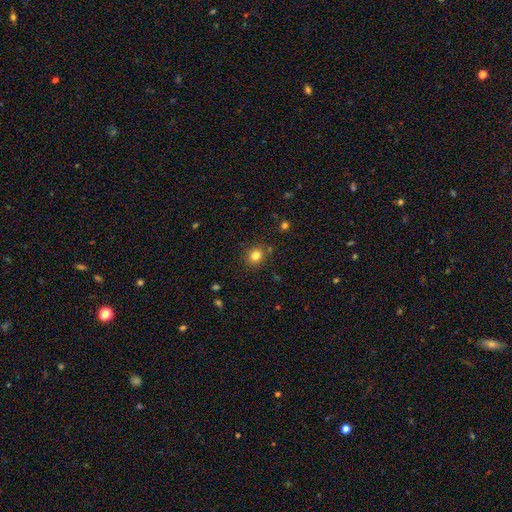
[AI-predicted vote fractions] A smooth galaxy with no disk features (80%) that is round (76%).

Vote fractions:
- Smooth or featured? smooth: 80% / star or artifact: 13% / featured or disk: 7%
- How rounded? round: 76% / in between: 23% / cigar-shaped: 1%
- Merging? none: 85% / minor disturbance: 9% / merger: 3% / major disturbance: 3%